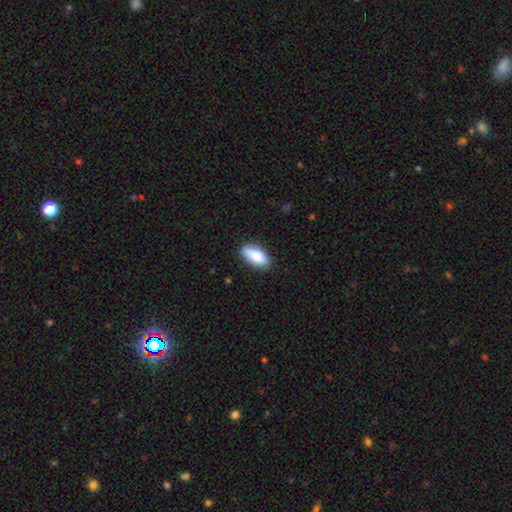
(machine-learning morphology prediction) smooth 86%, featured or disk 8%, star or artifact 6%. Down the decision tree: how rounded — in between (84%); merging — none (84%).